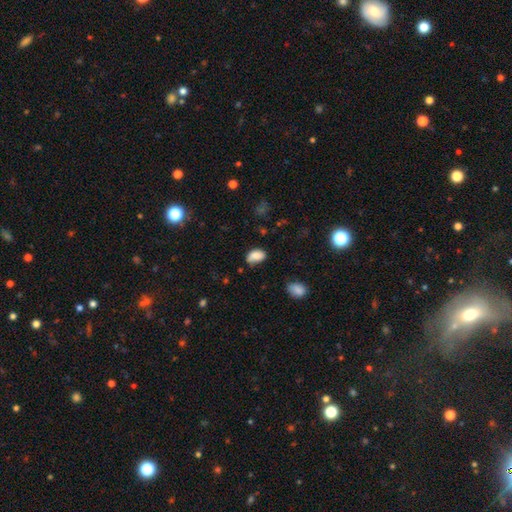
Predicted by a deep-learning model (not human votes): Smooth or featured?
  - smooth: 82% *
  - featured or disk: 9%
  - star or artifact: 9%
How rounded?
  - in between: 90% *
  - round: 8%
  - cigar-shaped: 2%
Merging?
  - none: 60% *
  - minor disturbance: 29%
  - major disturbance: 7%
  - merger: 4%